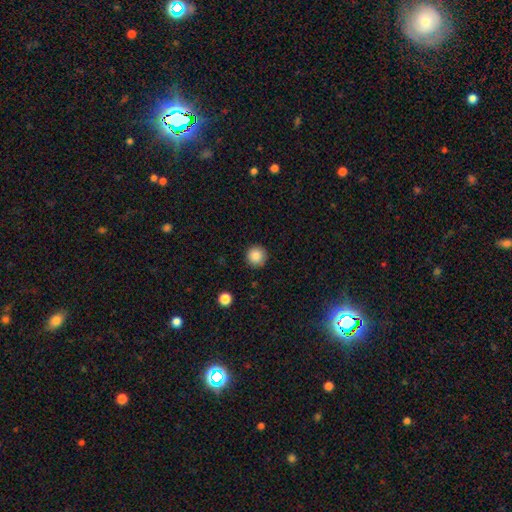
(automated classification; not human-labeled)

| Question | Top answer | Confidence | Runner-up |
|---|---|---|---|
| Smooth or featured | smooth | 87% | star or artifact (9%) |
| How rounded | round | 96% | in between (3%) |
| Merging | none | 91% | minor disturbance (6%) |